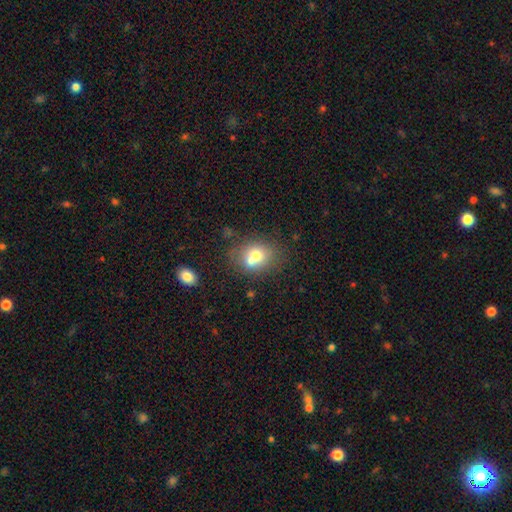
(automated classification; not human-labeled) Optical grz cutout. It shows a smooth galaxy with no disk features (67%) that is round (58%). Merging: none (43%).